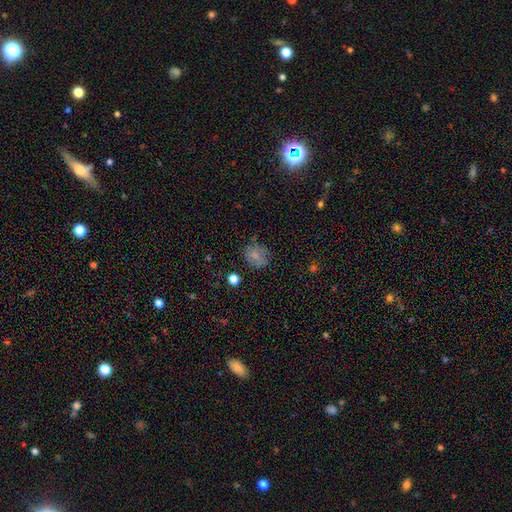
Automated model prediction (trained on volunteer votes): Overall: smooth (77%). How rounded: round (69%; in between 30%). Merging: none (75%).